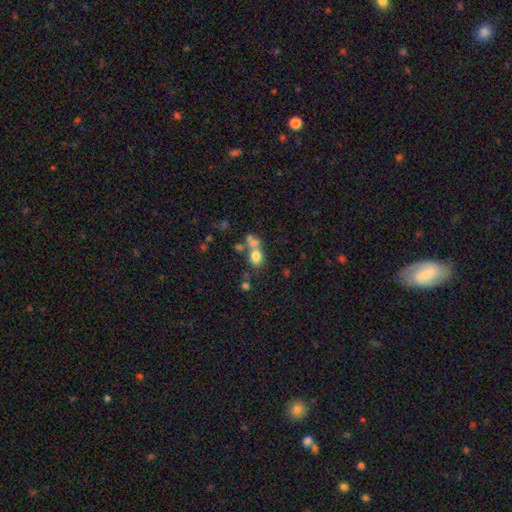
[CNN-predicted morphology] This is likely a smooth galaxy (72%). How rounded: possibly in between (51%). Merging: marginally merger (45%).